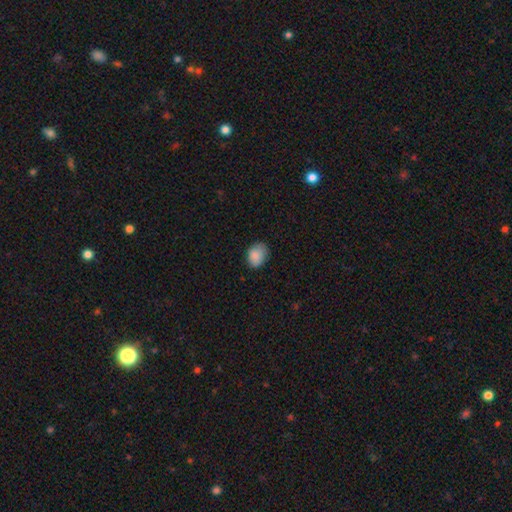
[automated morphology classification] smooth-or-featured: smooth: 87% | star or artifact: 8% | featured or disk: 6%
  how-rounded: in between: 71% | round: 28% | cigar-shaped: 1%
  merging: none: 75% | minor disturbance: 21% | major disturbance: 3% | merger: 1%